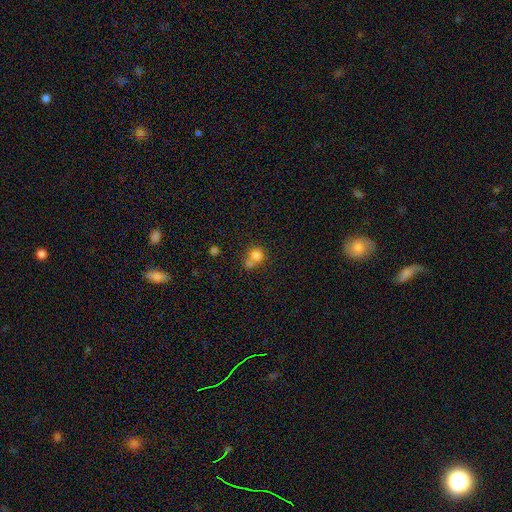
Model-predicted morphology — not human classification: Overall: smooth (79%). How rounded: round (82%). Merging: merger (45%; none 40%).